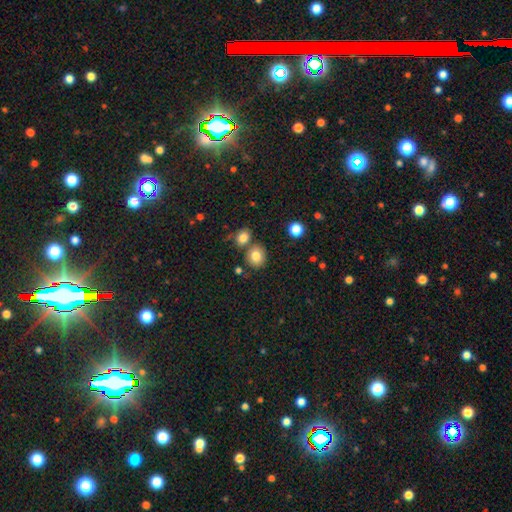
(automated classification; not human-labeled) The model was most divided on "merging": none: 69%, merger: 18%, minor disturbance: 10%, major disturbance: 3%. More confident: smooth or featured — smooth (81%); how rounded — round (76%).